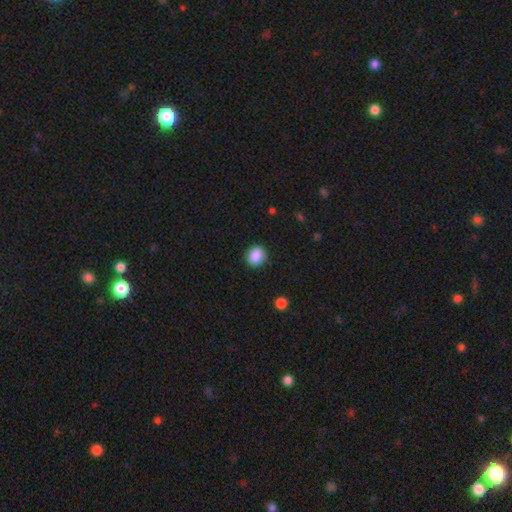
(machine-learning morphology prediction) Smooth or featured? Predicted: smooth (p=0.88). How rounded? Predicted: round (p=0.75). Merging? Predicted: none (p=0.89).